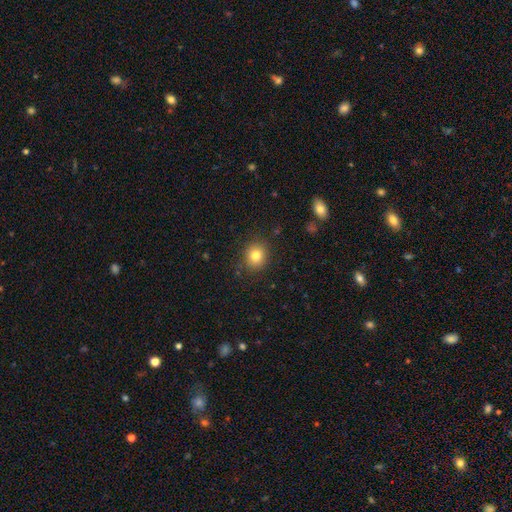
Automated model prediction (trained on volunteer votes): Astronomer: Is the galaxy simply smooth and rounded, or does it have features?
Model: smooth — 81%.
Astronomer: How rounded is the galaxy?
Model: round — 76%.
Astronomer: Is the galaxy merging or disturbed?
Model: none — 88%.